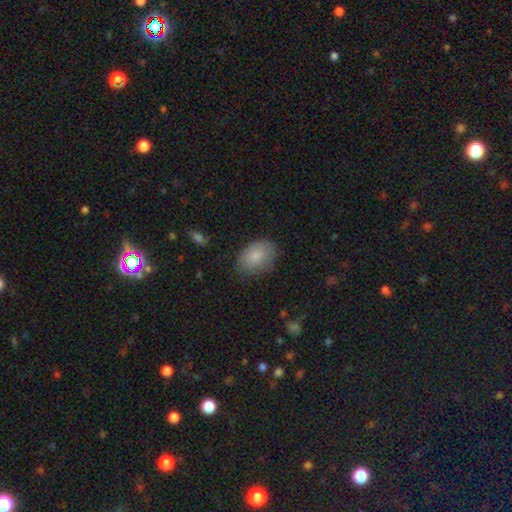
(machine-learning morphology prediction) smooth_or_featured: smooth (p=0.84) [alt: featured or disk p=0.09]
how_rounded: in between (p=0.84) [alt: round p=0.15]
merging: none (p=0.74) [alt: minor disturbance p=0.20]